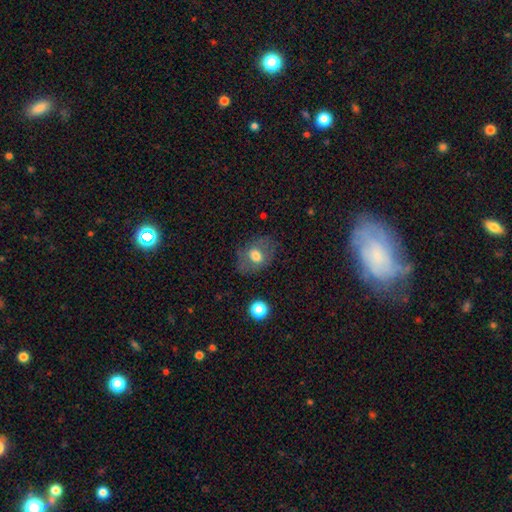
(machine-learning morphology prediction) Smooth or featured?
  - smooth: 64% *
  - featured or disk: 26%
  - star or artifact: 10%
How rounded?
  - in between: 66% *
  - round: 33%
  - cigar-shaped: 1%
Merging?
  - none: 67% *
  - minor disturbance: 19%
  - major disturbance: 12%
  - merger: 2%